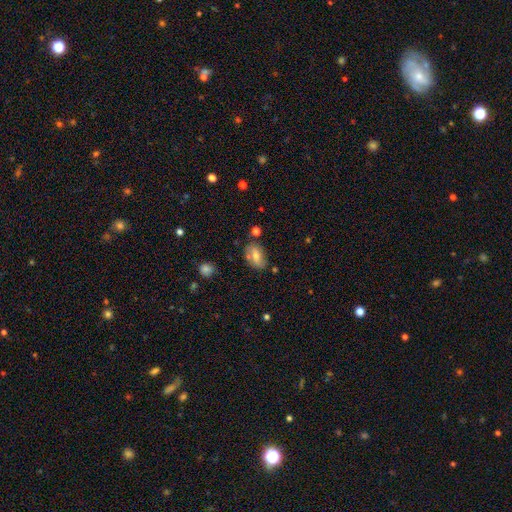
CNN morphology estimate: This is likely a smooth galaxy (62%). How rounded: clearly in between (87%). Merging: likely none (69%).